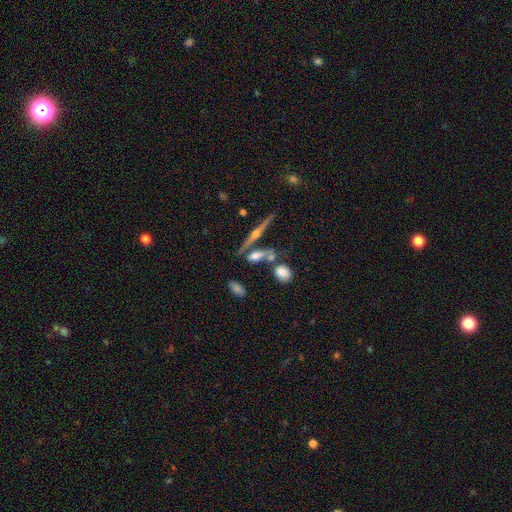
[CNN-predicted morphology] This is likely a featured or disk galaxy (63%). It is clearly viewed edge-on (90%). Edge-on bulge: clearly rounded (91%). Merging: likely none (62%).